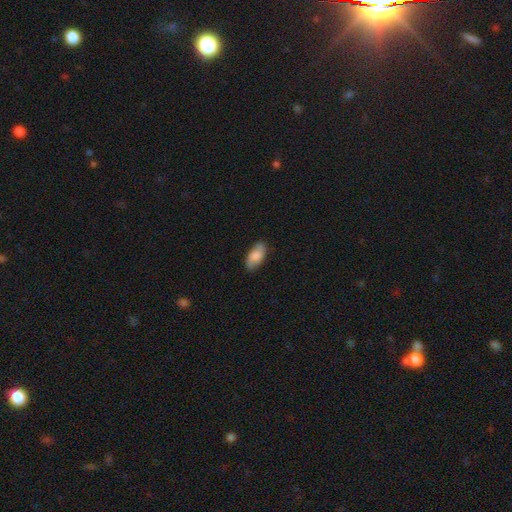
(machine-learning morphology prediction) A smooth galaxy with no disk features (74%) that is in between round and cigar-shaped (92%). Merging: none (82%).